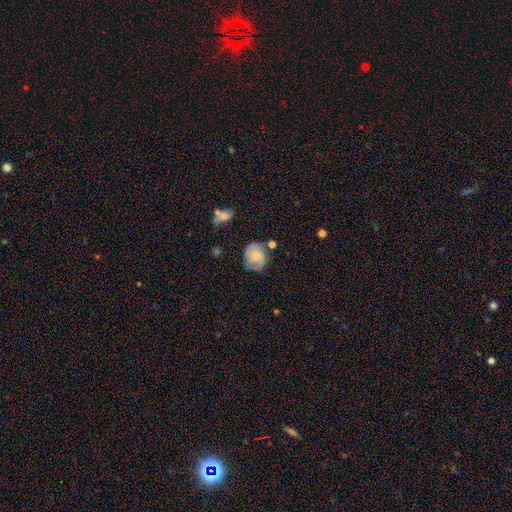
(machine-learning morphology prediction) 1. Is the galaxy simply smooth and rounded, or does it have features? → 52% smooth, 40% featured or disk, 8% star or artifact.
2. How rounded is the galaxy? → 67% round, 32% in between, 1% cigar-shaped.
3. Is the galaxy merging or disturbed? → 63% none, 24% minor disturbance, 7% major disturbance, 6% merger.